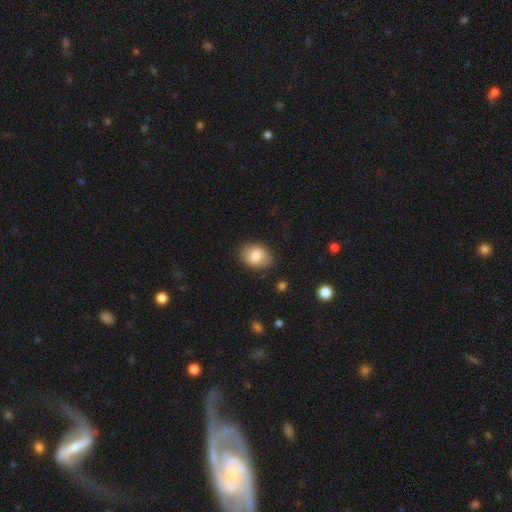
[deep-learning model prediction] Q: Smooth or featured?
A: smooth (81%); runner-up: featured or disk (12%)
Q: How rounded?
A: in between (68%); runner-up: round (31%)
Q: Merging?
A: none (84%); runner-up: minor disturbance (12%)